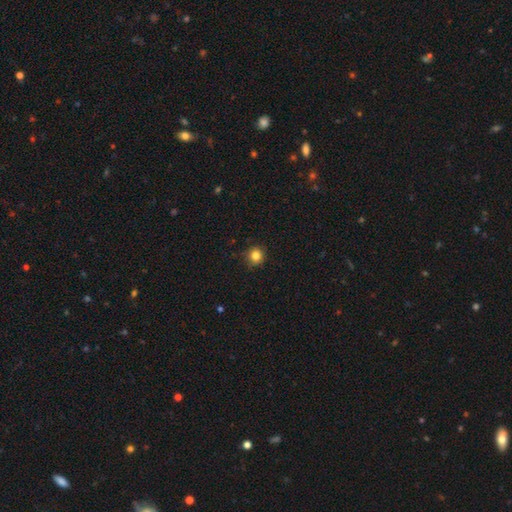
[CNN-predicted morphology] Smooth or featured? Predicted: smooth (p=0.83). How rounded? Predicted: round (p=0.92). Merging? Predicted: none (p=0.87).